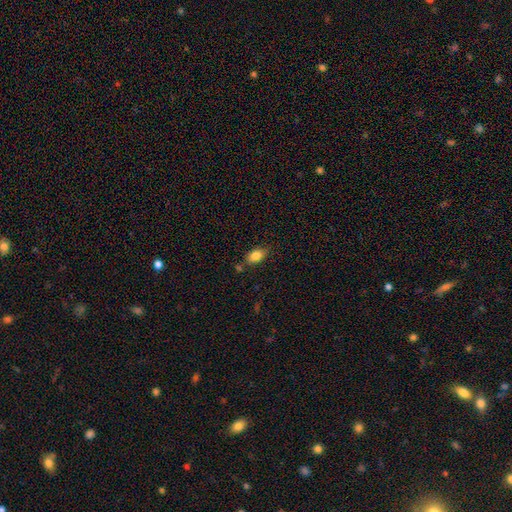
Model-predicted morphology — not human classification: The model was most divided on "merging": none: 72%, minor disturbance: 17%, merger: 7%, major disturbance: 4%. More confident: how rounded — in between (83%); smooth or featured — smooth (83%).